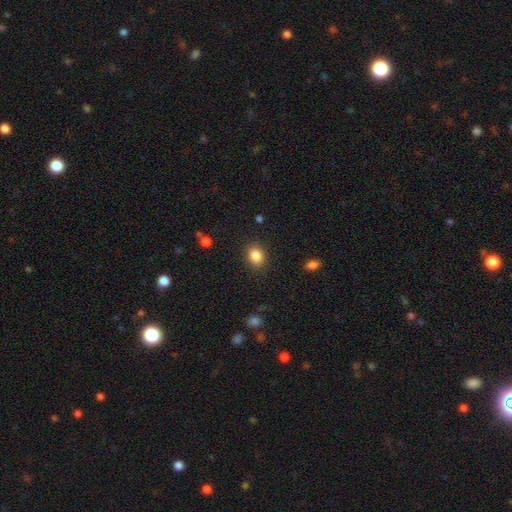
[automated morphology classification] A smooth galaxy with no disk features (86%) that is in between round and cigar-shaped (51%).

Vote fractions:
- Smooth or featured? smooth: 86% / star or artifact: 10% / featured or disk: 5%
- How rounded? in between: 51% / round: 48% / cigar-shaped: 1%
- Merging? none: 87% / minor disturbance: 9% / major disturbance: 3% / merger: 1%